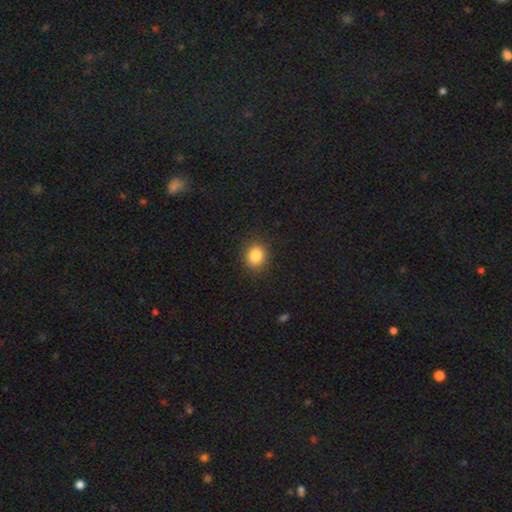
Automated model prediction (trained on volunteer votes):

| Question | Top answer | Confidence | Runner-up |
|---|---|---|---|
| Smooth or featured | smooth | 84% | star or artifact (10%) |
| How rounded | round | 69% | in between (30%) |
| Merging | none | 88% | minor disturbance (8%) |